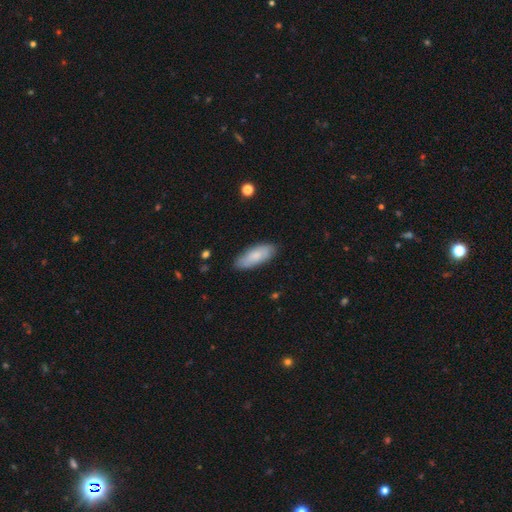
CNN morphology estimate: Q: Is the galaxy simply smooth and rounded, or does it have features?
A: smooth — 80%.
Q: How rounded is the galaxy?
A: in between — 75%.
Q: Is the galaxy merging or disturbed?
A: none — 84%.